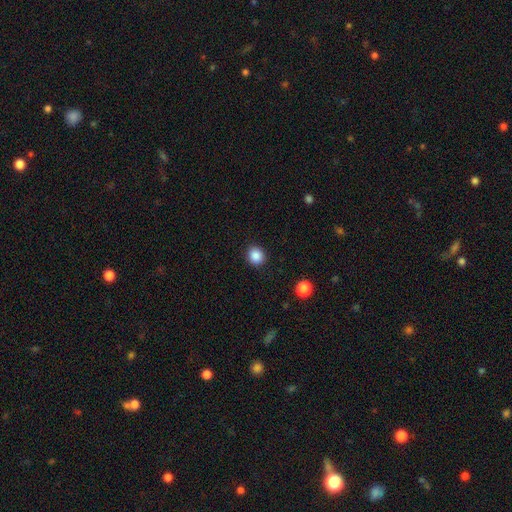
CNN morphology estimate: smooth-or-featured: smooth: 87% | star or artifact: 10% | featured or disk: 3%
  how-rounded: round: 80% | in between: 19% | cigar-shaped: 1%
  merging: none: 91% | minor disturbance: 6% | major disturbance: 2% | merger: 1%